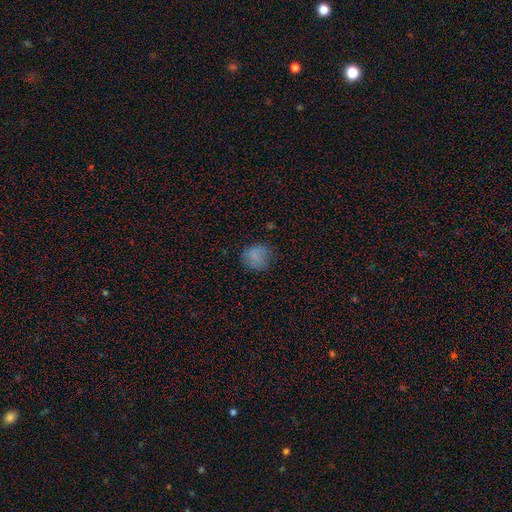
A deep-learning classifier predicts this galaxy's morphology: Q: Smooth or featured?
A: smooth (79%); runner-up: star or artifact (13%)
Q: How rounded?
A: round (83%); runner-up: in between (16%)
Q: Merging?
A: none (76%); runner-up: minor disturbance (17%)